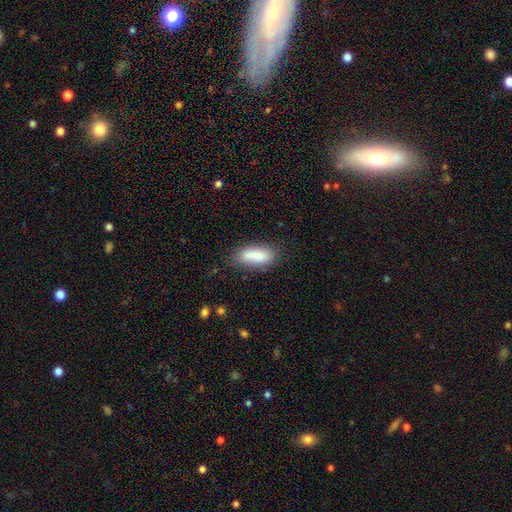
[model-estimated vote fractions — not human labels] Smooth or featured? Predicted: smooth (p=0.83). How rounded? Predicted: in between (p=0.76). Merging? Predicted: none (p=0.69).